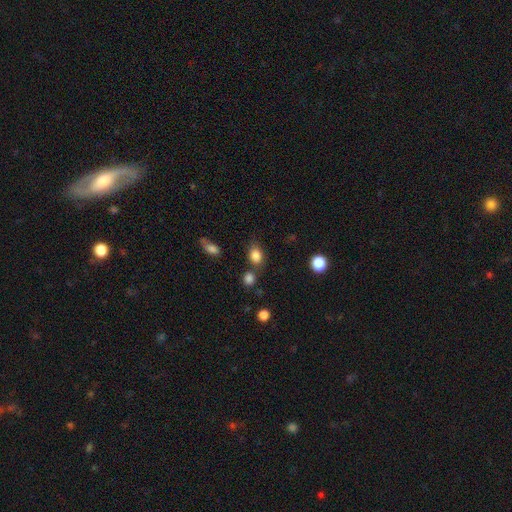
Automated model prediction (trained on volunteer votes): This appears to be a smooth galaxy with no disk features (84%) that is in between round and cigar-shaped (63%). Merging: none (66%).